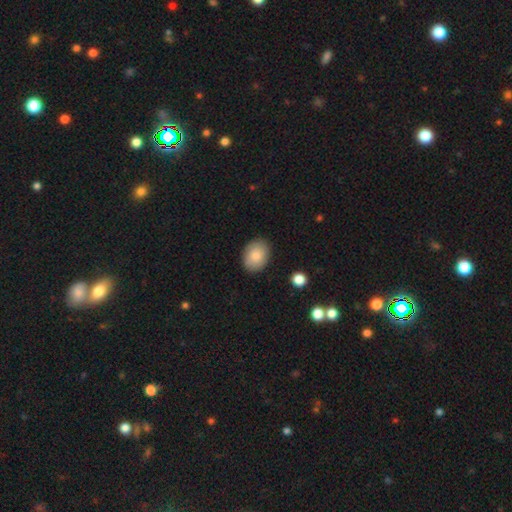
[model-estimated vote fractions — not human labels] smooth-or-featured: smooth: 83% | featured or disk: 10% | star or artifact: 7%
  how-rounded: in between: 67% | round: 33% | cigar-shaped: 1%
  merging: none: 87% | minor disturbance: 10% | major disturbance: 2% | merger: 1%